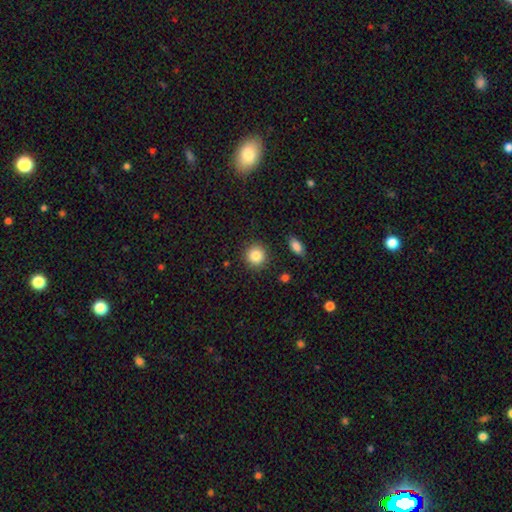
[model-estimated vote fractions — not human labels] A smooth galaxy with no disk features (86%) that is round (91%).

Vote fractions:
- Smooth or featured? smooth: 86% / star or artifact: 9% / featured or disk: 5%
- How rounded? round: 91% / in between: 8% / cigar-shaped: 1%
- Merging? none: 89% / minor disturbance: 7% / major disturbance: 2% / merger: 2%